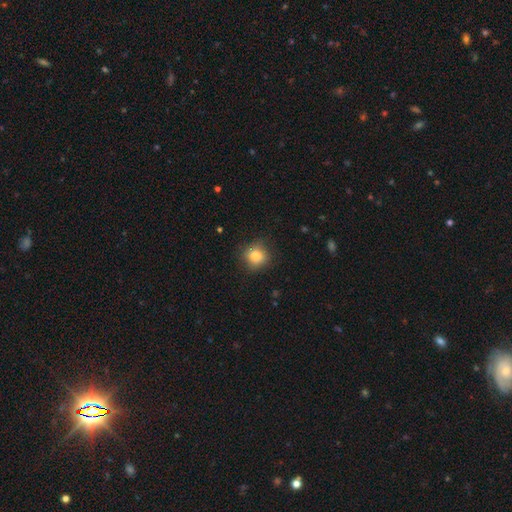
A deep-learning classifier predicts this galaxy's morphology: Smooth or featured? smooth (80%)
How rounded? round (89%)
Merging? none (87%)